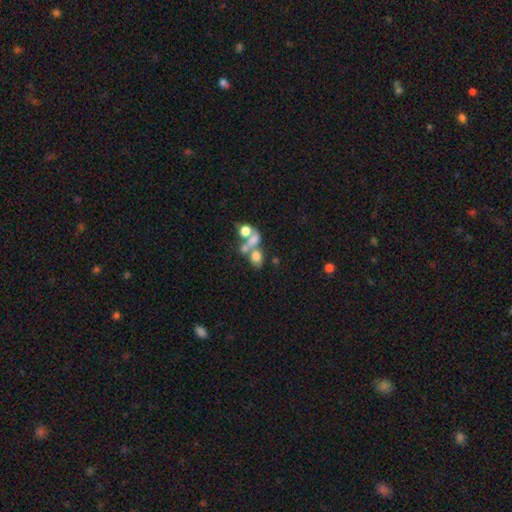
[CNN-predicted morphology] smooth_or_featured: smooth (p=0.52) [alt: featured or disk p=0.28]
how_rounded: in between (p=0.55) [alt: round p=0.42]
merging: merger (p=0.53) [alt: none p=0.27]